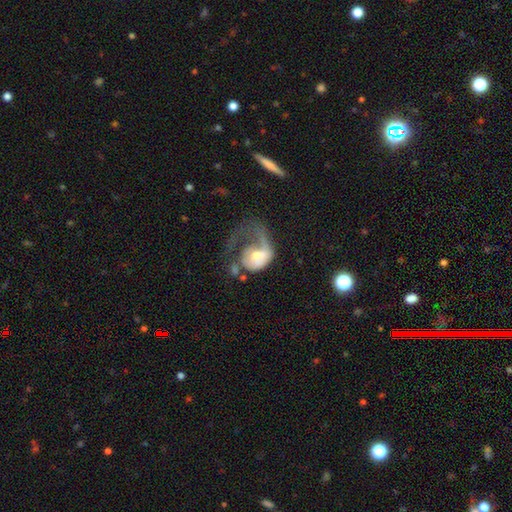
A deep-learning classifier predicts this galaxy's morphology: Smooth or featured: featured or disk — 60% (smooth — 33%)
Edge-on disk: no — 97% (yes — 3%)
Bar: no — 66% (weak — 28%)
Spiral arms: yes — 65% (no — 35%)
Bulge size: moderate — 54% (small — 25%)
Merging: major disturbance — 61% (none — 16%)